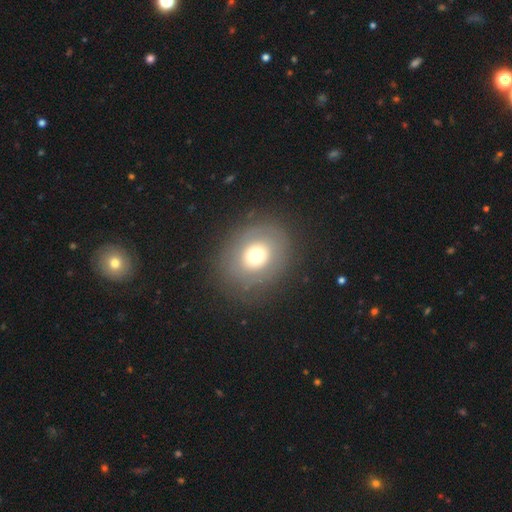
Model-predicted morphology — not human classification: A smooth galaxy with no disk features (61%) that is round (62%). Merging: none (81%).